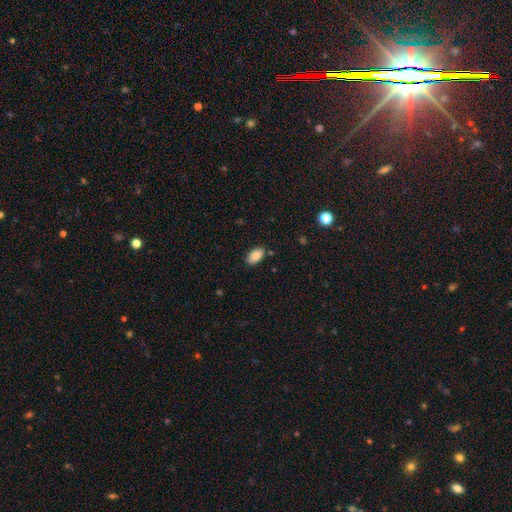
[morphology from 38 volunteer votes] A smooth galaxy with no disk features (84%) that is in between round and cigar-shaped (91%). Merging: none (86%).